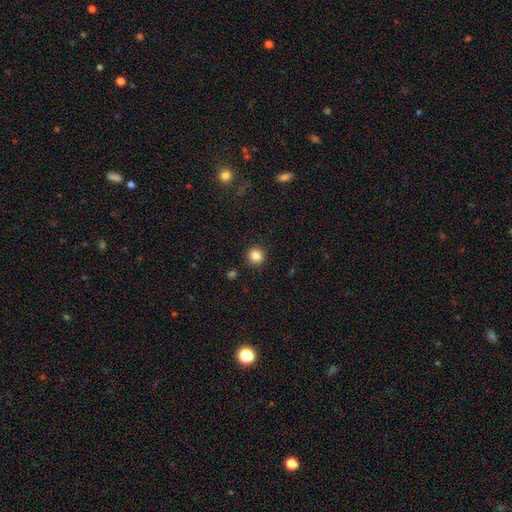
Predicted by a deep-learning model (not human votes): A smooth galaxy with no disk features (85%) that is round (91%).

Vote fractions:
- Smooth or featured? smooth: 85% / star or artifact: 10% / featured or disk: 4%
- How rounded? round: 91% / in between: 8% / cigar-shaped: 1%
- Merging? none: 91% / minor disturbance: 5% / major disturbance: 2% / merger: 1%